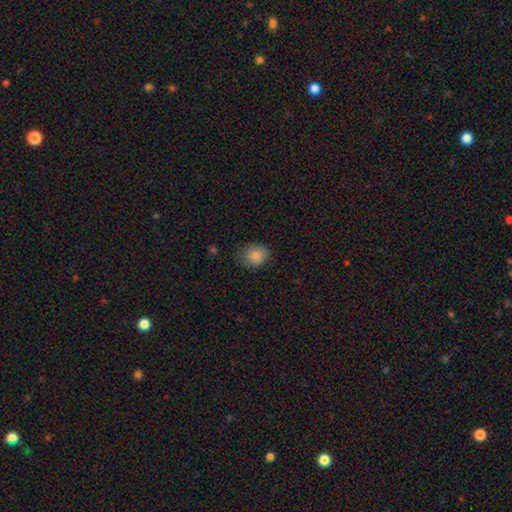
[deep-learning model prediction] A smooth galaxy with no disk features (85%) that is round (61%).

Vote fractions:
- Smooth or featured? smooth: 85% / star or artifact: 9% / featured or disk: 6%
- How rounded? round: 61% / in between: 38% / cigar-shaped: 1%
- Merging? none: 71% / minor disturbance: 23% / major disturbance: 5% / merger: 1%